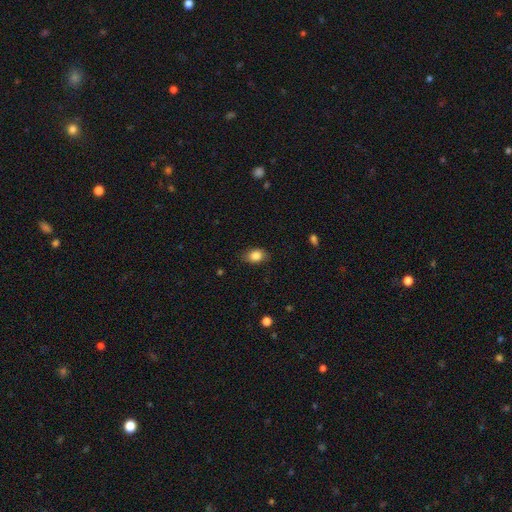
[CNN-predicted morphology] This appears to be a smooth galaxy with no disk features (86%) that is in between round and cigar-shaped (77%). Merging: none (79%).